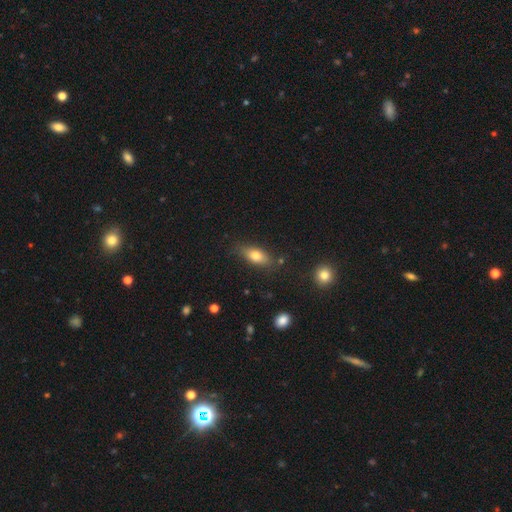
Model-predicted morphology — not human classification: This is likely a smooth galaxy (73%). How rounded: likely in between (77%). Merging: likely none (78%).